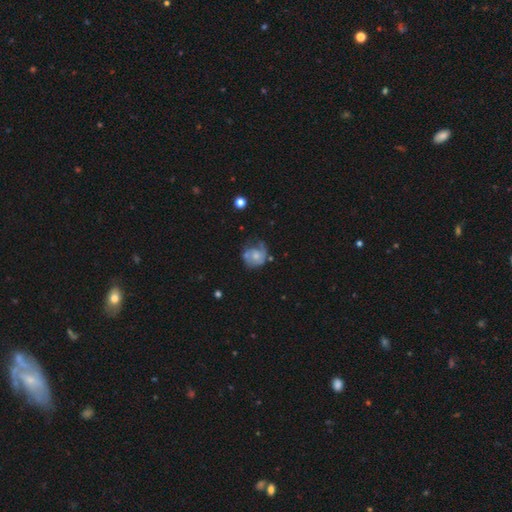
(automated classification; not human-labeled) featured or disk 59%, smooth 33%, star or artifact 8%. Down the decision tree: edge-on disk — no (98%); bar — no (75%); spiral arms — yes (74%); bulge size — moderate (44%); merging — none (42%).